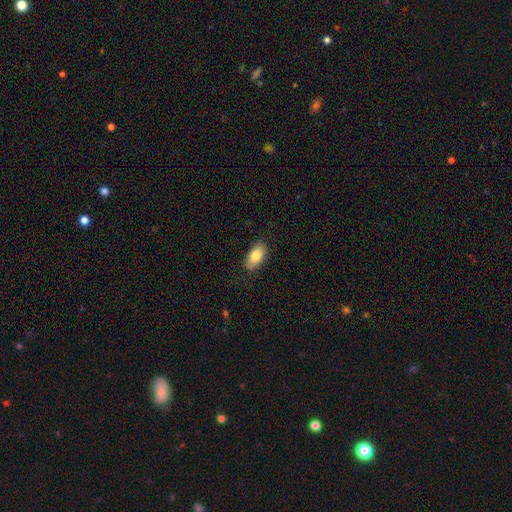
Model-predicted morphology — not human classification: This is clearly a smooth galaxy (81%). How rounded: clearly in between (90%). Merging: clearly none (83%).